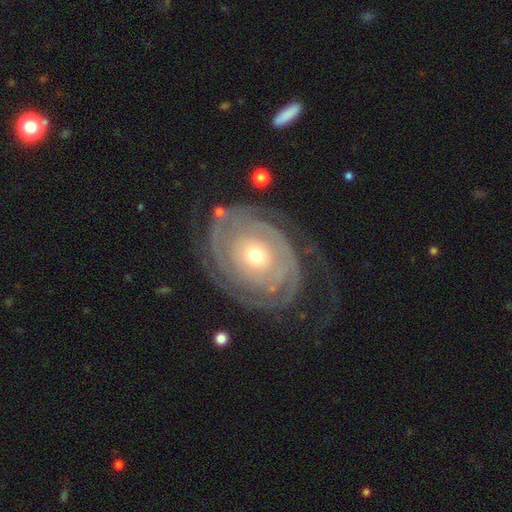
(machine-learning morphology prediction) A featured or disk galaxy (85%) with no bar (83%), 2 (36%) tight (79%) spiral arms (88%) and a small central bulge (52%). Merging: none (69%).